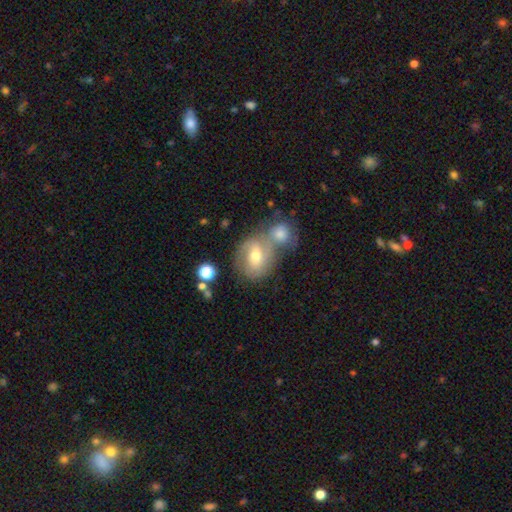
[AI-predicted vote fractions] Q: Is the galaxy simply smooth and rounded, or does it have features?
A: featured or disk — 53%.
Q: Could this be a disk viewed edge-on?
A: no — 94%.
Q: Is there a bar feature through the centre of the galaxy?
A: weak — 44%.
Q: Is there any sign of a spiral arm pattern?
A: yes — 70%.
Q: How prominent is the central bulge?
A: moderate — 65%.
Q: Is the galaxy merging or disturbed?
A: merger — 43%.